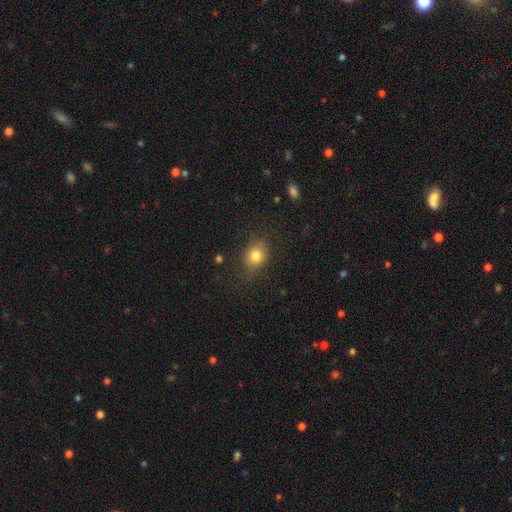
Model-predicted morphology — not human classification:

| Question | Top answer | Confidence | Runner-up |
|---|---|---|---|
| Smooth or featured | smooth | 80% | star or artifact (11%) |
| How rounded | round | 55% | in between (44%) |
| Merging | none | 76% | minor disturbance (17%) |